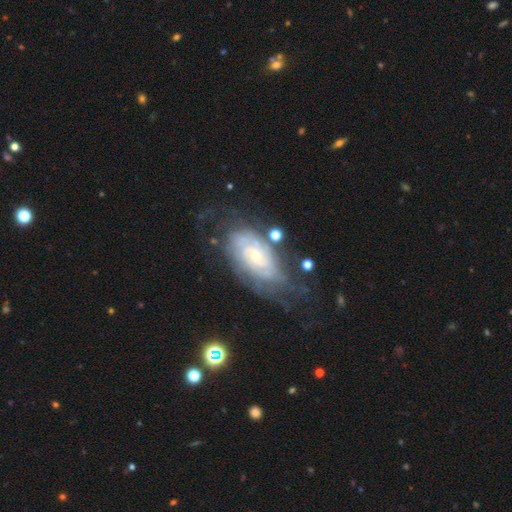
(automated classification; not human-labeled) The model was most divided on "merging": none: 58%, minor disturbance: 23%, major disturbance: 15%, merger: 4%. More confident: edge-on disk — no (94%); spiral arms — yes (90%); smooth or featured — featured or disk (81%); bar — no (74%); bulge size — small (74%); spiral winding — tight (72%); spiral arm count — can't tell (54%).